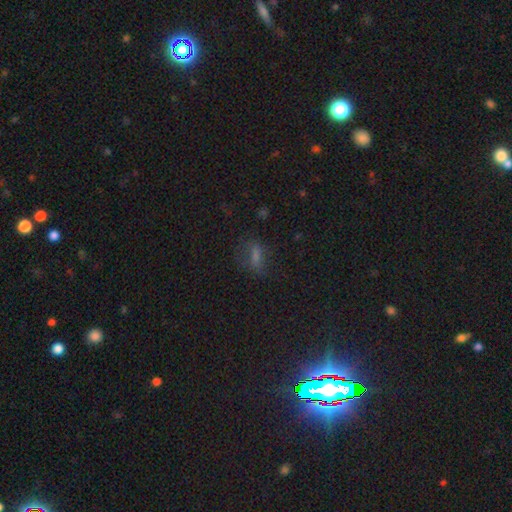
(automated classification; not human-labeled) This is likely a smooth galaxy (62%). How rounded: likely in between (64%). Merging: likely none (65%).